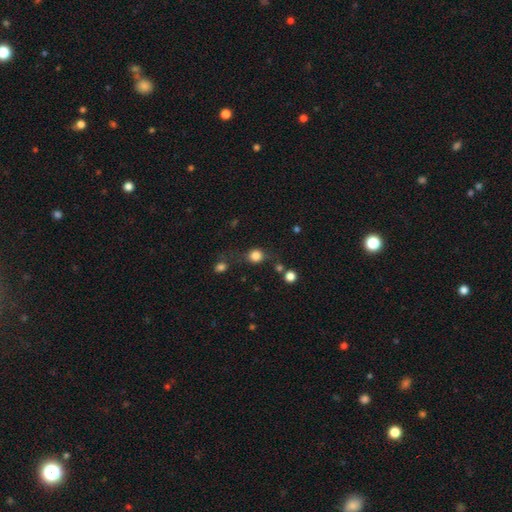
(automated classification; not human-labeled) Q: Smooth or featured?
A: smooth (81%); runner-up: star or artifact (12%)
Q: How rounded?
A: round (83%); runner-up: in between (16%)
Q: Merging?
A: none (66%); runner-up: minor disturbance (17%)